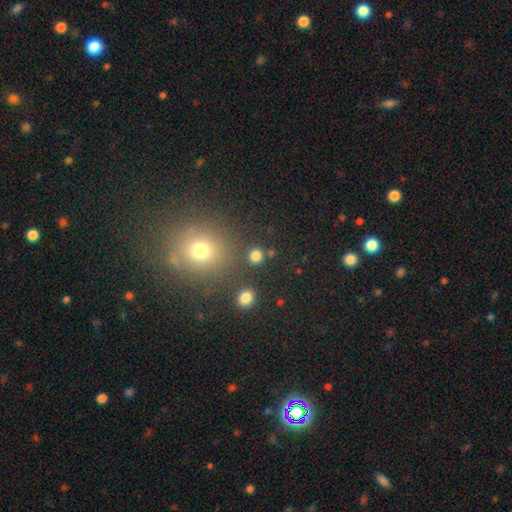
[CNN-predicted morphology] Overall: smooth (80%). How rounded: round (90%). Merging: none (85%).